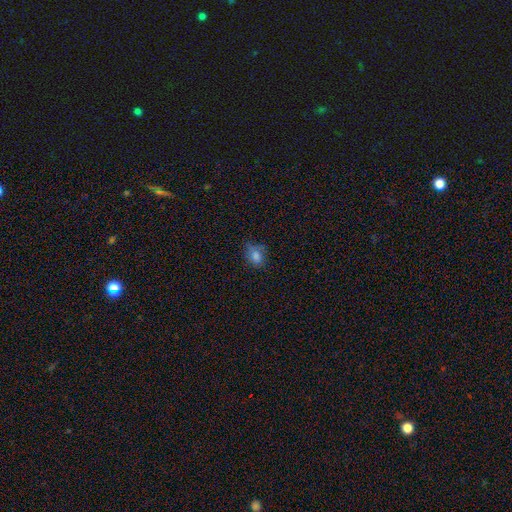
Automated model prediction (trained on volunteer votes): This is likely a smooth galaxy (77%). How rounded: likely in between (62%). Merging: likely none (61%).